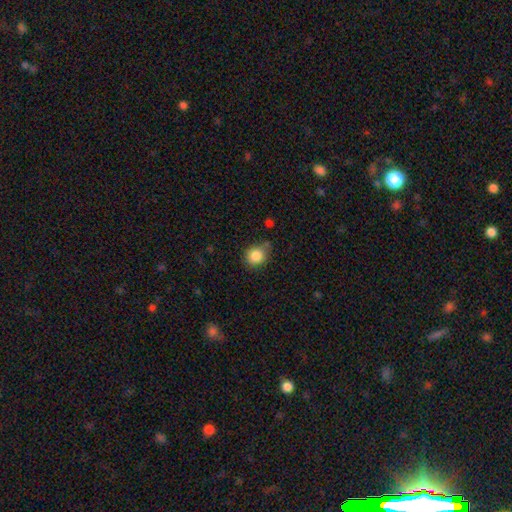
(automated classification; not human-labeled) Overall: smooth (86%). How rounded: round (79%). Merging: none (73%).